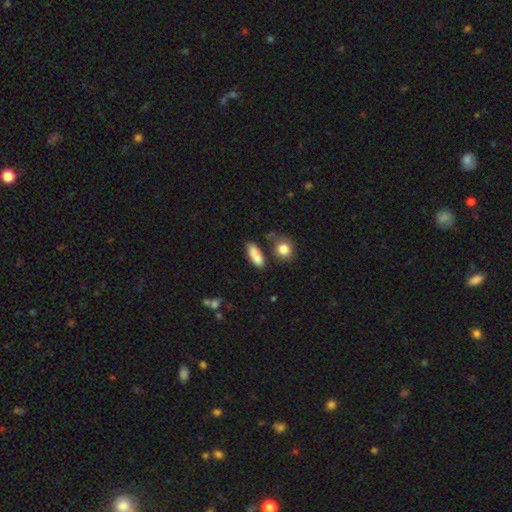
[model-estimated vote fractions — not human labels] Smooth or featured: smooth — 85% (star or artifact — 8%)
How rounded: in between — 57% (cigar-shaped — 38%)
Merging: none — 69% (minor disturbance — 18%)